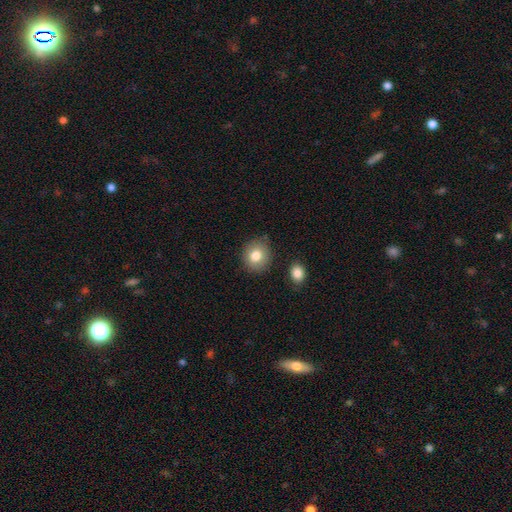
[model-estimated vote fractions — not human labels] smooth_or_featured: smooth (p=0.81) [alt: featured or disk p=0.11]
how_rounded: round (p=0.76) [alt: in between p=0.23]
merging: none (p=0.83) [alt: minor disturbance p=0.11]